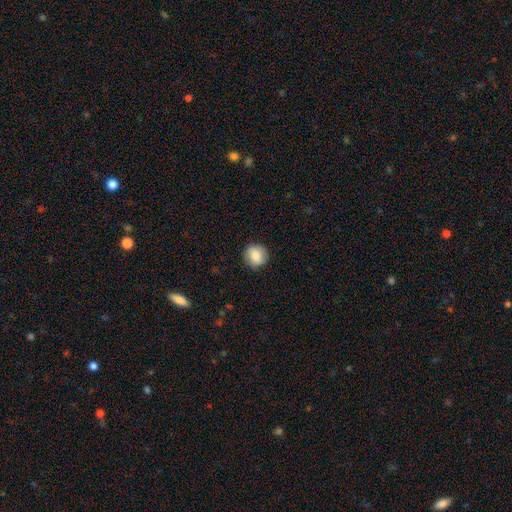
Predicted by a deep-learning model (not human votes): This is clearly a smooth galaxy (81%). How rounded: clearly round (91%). Merging: clearly none (88%).